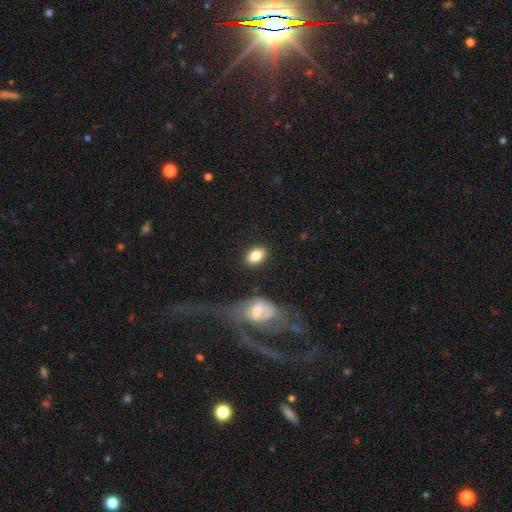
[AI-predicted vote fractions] A smooth galaxy with no disk features (82%) that is in between round and cigar-shaped (81%).

Vote fractions:
- Smooth or featured? smooth: 82% / featured or disk: 10% / star or artifact: 8%
- How rounded? in between: 81% / round: 17% / cigar-shaped: 2%
- Merging? none: 81% / minor disturbance: 11% / merger: 4% / major disturbance: 4%